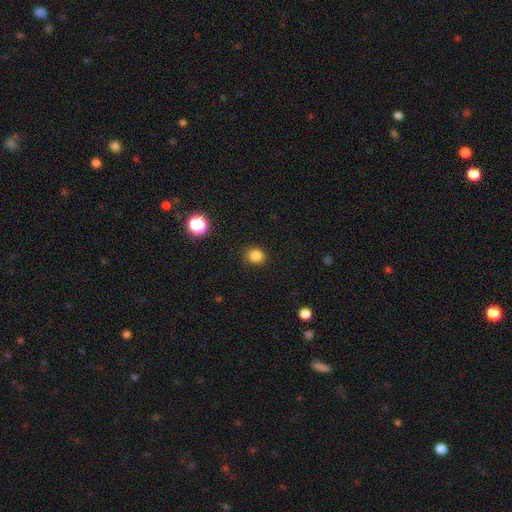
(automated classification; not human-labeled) This appears to be a smooth galaxy with no disk features (84%) that is round (78%). Merging: none (88%).